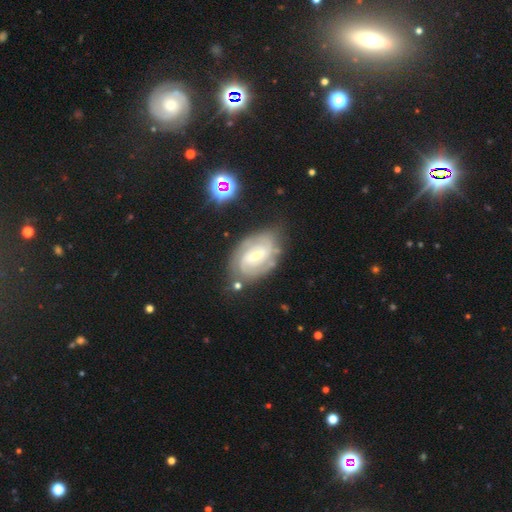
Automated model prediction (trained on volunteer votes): Morphology: type=featured or disk (80%); edge-on=no (96%); bar=weak (52%); spiral arms=yes (93%); winding=tight (55%); arm count=2 (59%); bulge=small (53%); merging=none (68%).